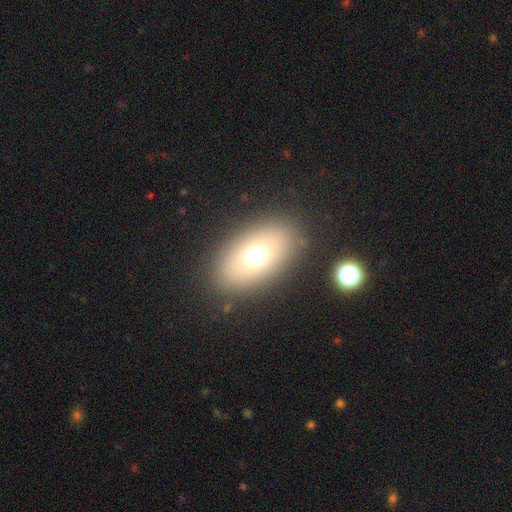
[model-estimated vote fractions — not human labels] This is likely a smooth galaxy (67%). How rounded: clearly in between (84%). Merging: clearly none (84%).